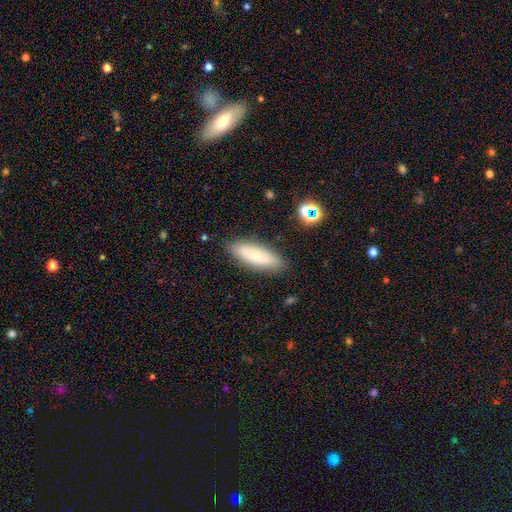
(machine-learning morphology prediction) smooth 76%, featured or disk 16%, star or artifact 8%. Down the decision tree: how rounded — in between (55%); merging — none (85%).